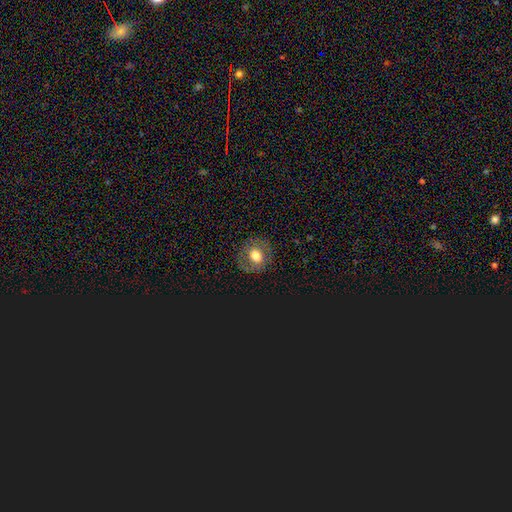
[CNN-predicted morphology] type=smooth (62%); roundness=round (83%); merging=none (84%).